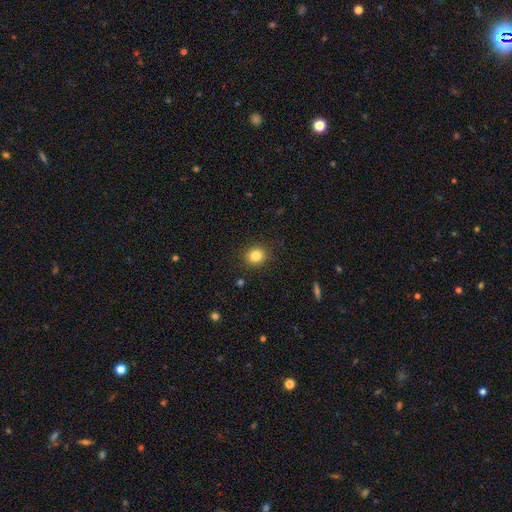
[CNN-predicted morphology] smooth_or_featured: smooth (p=0.84) [alt: star or artifact p=0.11]
how_rounded: round (p=0.83) [alt: in between p=0.16]
merging: none (p=0.89) [alt: minor disturbance p=0.07]